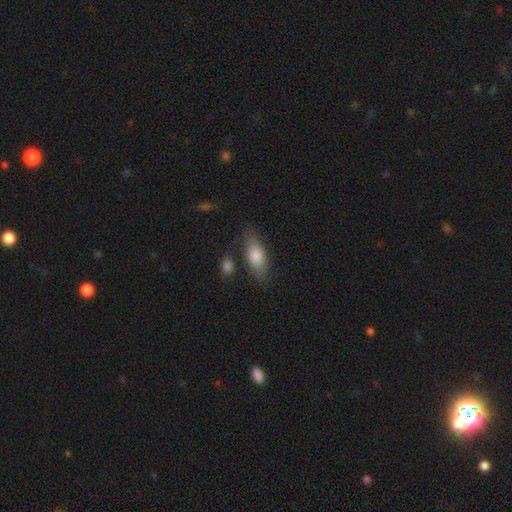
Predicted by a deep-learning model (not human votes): Smooth or featured? smooth (77%)
How rounded? in between (79%)
Merging? none (73%)